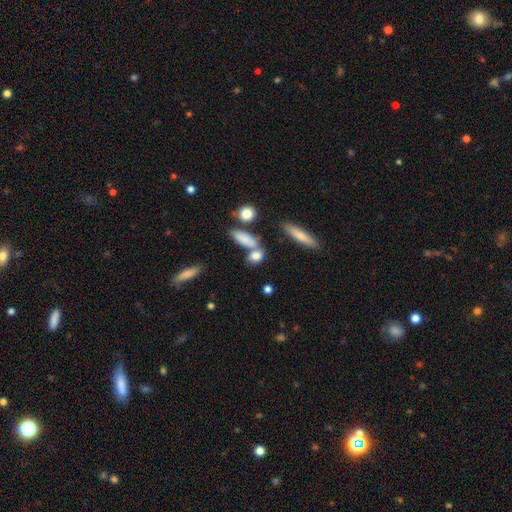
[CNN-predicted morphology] Overall: smooth (78%). How rounded: in between (59%; cigar-shaped 22%). Merging: none (50%; merger 30%).